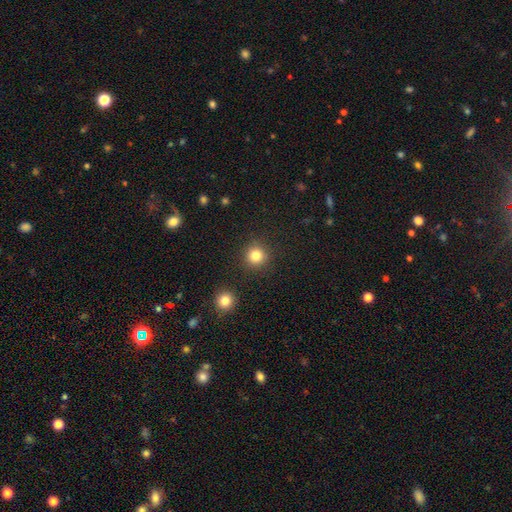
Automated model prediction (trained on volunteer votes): Smooth or featured? Predicted: smooth (p=0.83). How rounded? Predicted: round (p=0.94). Merging? Predicted: none (p=0.89).